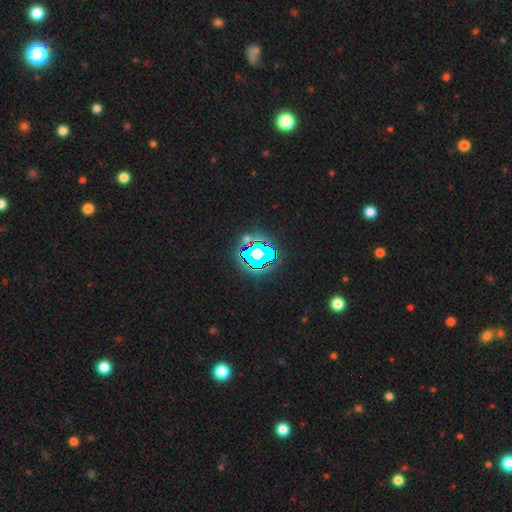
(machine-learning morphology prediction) Smooth or featured? star or artifact (67%)